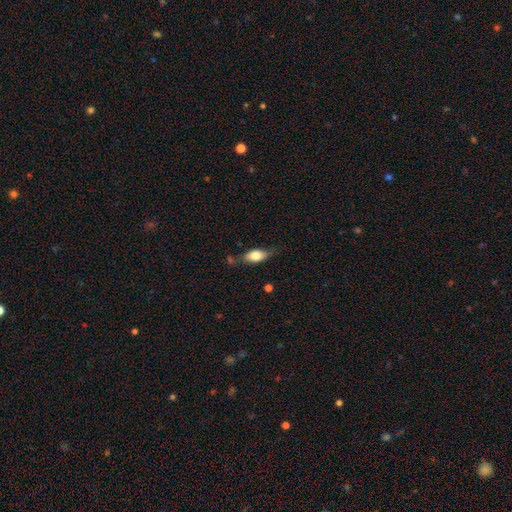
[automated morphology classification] A smooth galaxy with no disk features (70%) that is in between round and cigar-shaped (81%).

Vote fractions:
- Smooth or featured? smooth: 70% / featured or disk: 23% / star or artifact: 7%
- How rounded? in between: 81% / cigar-shaped: 14% / round: 5%
- Merging? none: 61% / minor disturbance: 27% / major disturbance: 7% / merger: 5%